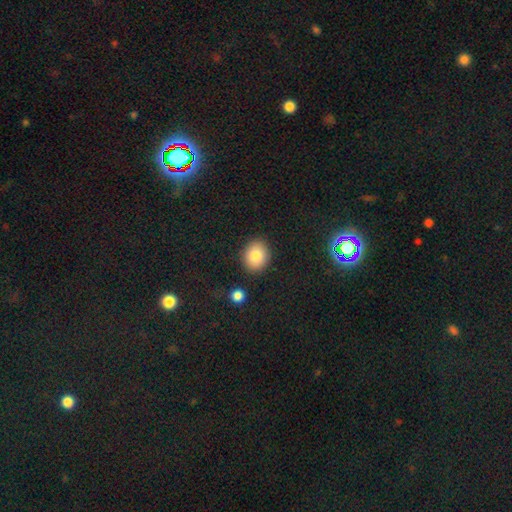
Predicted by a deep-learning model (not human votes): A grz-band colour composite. It shows a smooth galaxy with no disk features (81%) that is round (58%). Merging: none (88%).